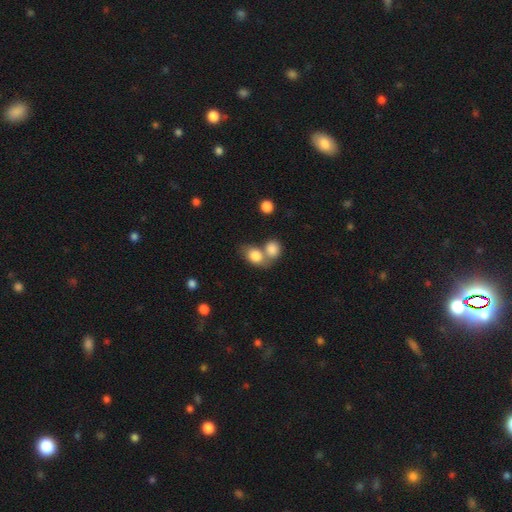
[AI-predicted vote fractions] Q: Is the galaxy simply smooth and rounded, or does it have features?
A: smooth — 82%.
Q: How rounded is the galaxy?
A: in between — 65%.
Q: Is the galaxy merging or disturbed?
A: merger — 54%.